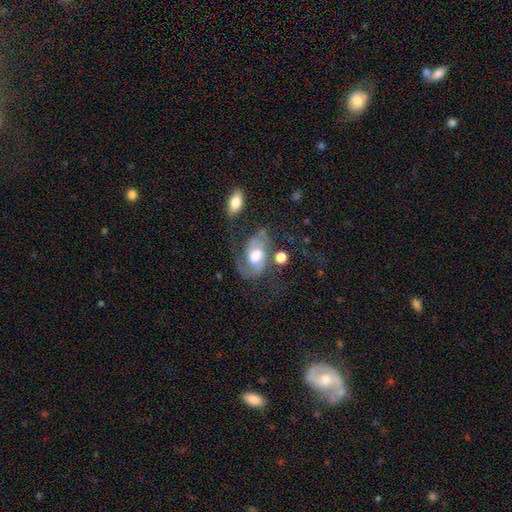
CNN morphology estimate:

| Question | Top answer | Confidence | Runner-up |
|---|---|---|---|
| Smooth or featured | featured or disk | 76% | smooth (17%) |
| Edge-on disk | no | 97% | yes (3%) |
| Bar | no | 48% | weak (41%) |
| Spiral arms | yes | 91% | no (9%) |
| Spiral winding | medium | 50% | loose (28%) |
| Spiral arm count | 2 | 79% | 1 (9%) |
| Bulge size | moderate | 49% | large (37%) |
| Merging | none | 43% | major disturbance (26%) |